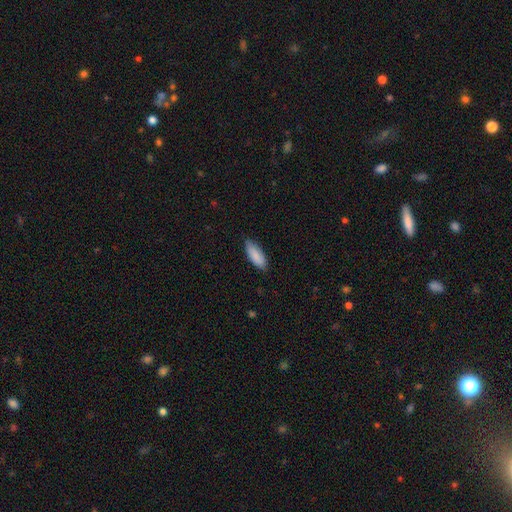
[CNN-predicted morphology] A smooth galaxy with no disk features (88%) that is in between round and cigar-shaped (74%).

Vote fractions:
- Smooth or featured? smooth: 88% / featured or disk: 7% / star or artifact: 5%
- How rounded? in between: 74% / cigar-shaped: 24% / round: 2%
- Merging? none: 84% / minor disturbance: 13% / major disturbance: 2% / merger: 1%